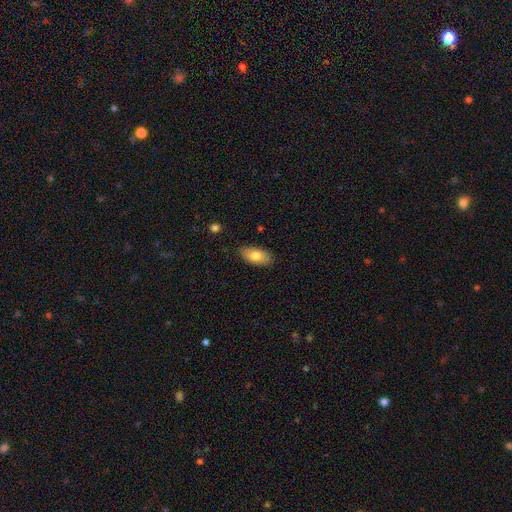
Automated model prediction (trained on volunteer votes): Smooth or featured: smooth — 79% (featured or disk — 14%)
How rounded: in between — 93% (cigar-shaped — 4%)
Merging: none — 84% (minor disturbance — 13%)